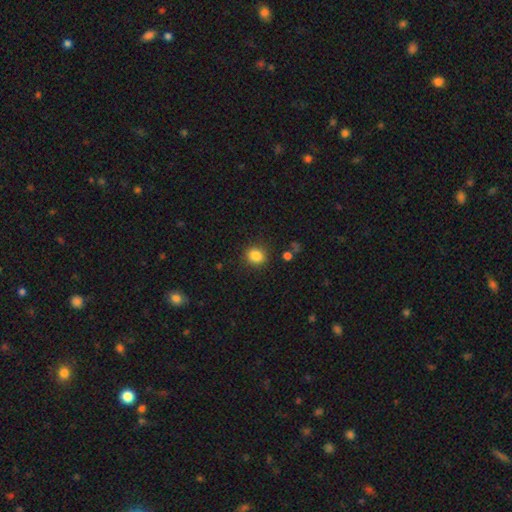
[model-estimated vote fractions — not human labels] Smooth or featured?
  - smooth: 85% *
  - star or artifact: 11%
  - featured or disk: 5%
How rounded?
  - round: 67% *
  - in between: 32%
  - cigar-shaped: 1%
Merging?
  - none: 87% *
  - minor disturbance: 8%
  - major disturbance: 3%
  - merger: 2%